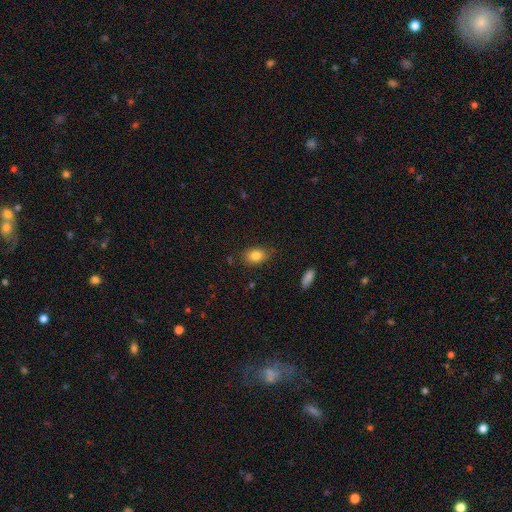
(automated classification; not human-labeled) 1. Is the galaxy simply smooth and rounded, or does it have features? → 83% smooth, 9% star or artifact, 8% featured or disk.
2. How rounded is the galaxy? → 78% in between, 20% round, 2% cigar-shaped.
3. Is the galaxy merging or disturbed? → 79% none, 16% minor disturbance, 3% major disturbance, 2% merger.